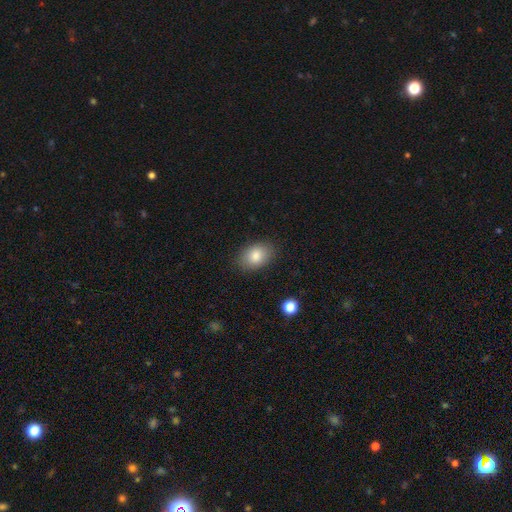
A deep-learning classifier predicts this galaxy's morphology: This appears to be a smooth galaxy with no disk features (84%) that is in between round and cigar-shaped (83%). Merging: none (85%).